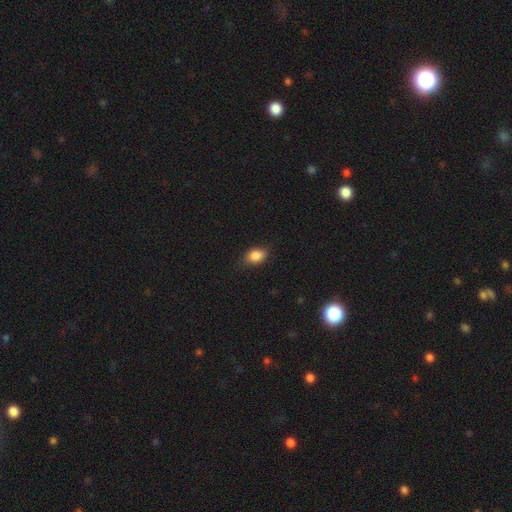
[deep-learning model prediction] Overall: smooth (86%). How rounded: in between (80%). Merging: none (76%).